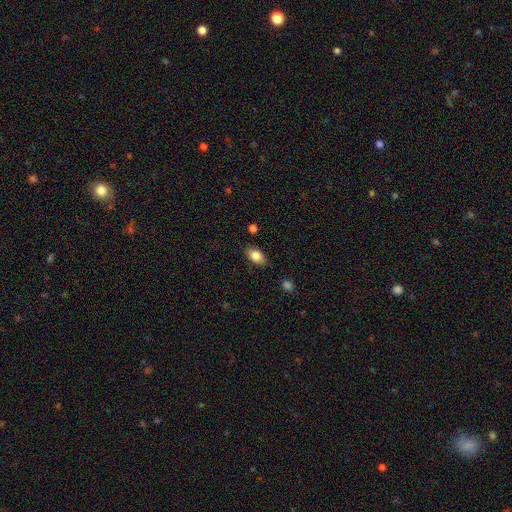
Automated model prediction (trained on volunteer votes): Overall: smooth (84%). How rounded: in between (88%). Merging: none (83%).